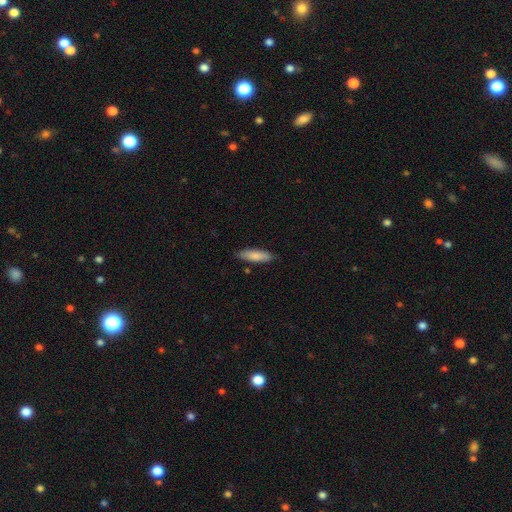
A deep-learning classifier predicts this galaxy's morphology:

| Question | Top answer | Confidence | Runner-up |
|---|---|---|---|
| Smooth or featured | smooth | 83% | featured or disk (11%) |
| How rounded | cigar-shaped | 59% | in between (39%) |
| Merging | none | 85% | minor disturbance (11%) |